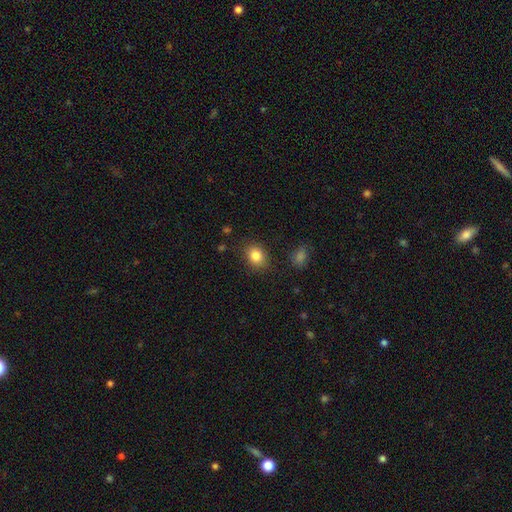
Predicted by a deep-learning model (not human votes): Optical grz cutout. It shows a smooth galaxy with no disk features (84%) that is in between round and cigar-shaped (52%). Merging: none (84%).